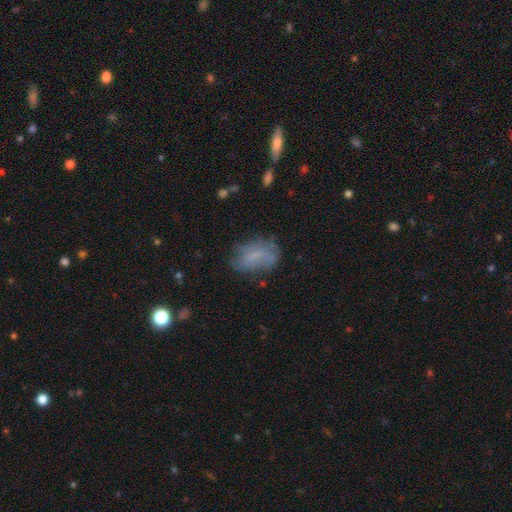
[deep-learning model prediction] The model was most divided on "merging": none: 57%, minor disturbance: 27%, major disturbance: 13%, merger: 3%. More confident: how rounded — in between (89%); smooth or featured — smooth (61%).